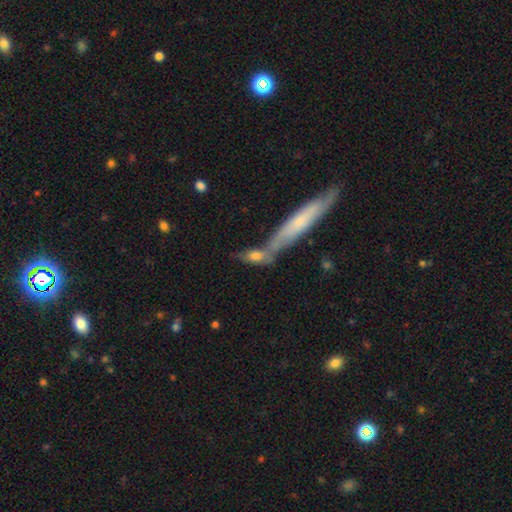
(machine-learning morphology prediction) Smooth or featured?
  - smooth: 63% *
  - featured or disk: 28%
  - star or artifact: 9%
How rounded?
  - in between: 50% *
  - cigar-shaped: 42%
  - round: 8%
Merging?
  - merger: 46% *
  - none: 35%
  - minor disturbance: 12%
  - major disturbance: 7%